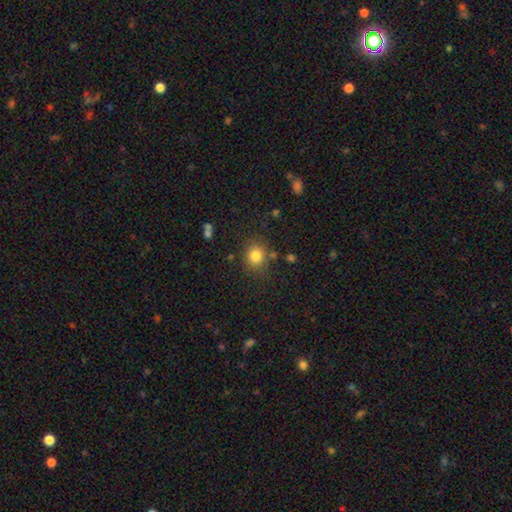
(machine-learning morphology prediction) This appears to be a smooth galaxy with no disk features (82%) that is round (77%). Merging: none (80%).